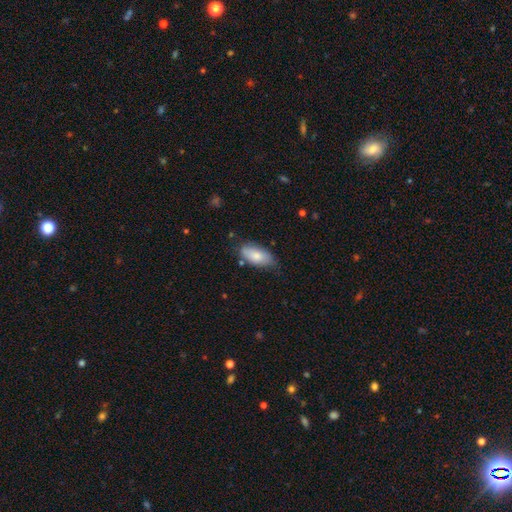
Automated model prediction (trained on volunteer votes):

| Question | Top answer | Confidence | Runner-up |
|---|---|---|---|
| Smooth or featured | smooth | 81% | featured or disk (13%) |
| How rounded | in between | 92% | cigar-shaped (6%) |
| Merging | none | 66% | minor disturbance (27%) |